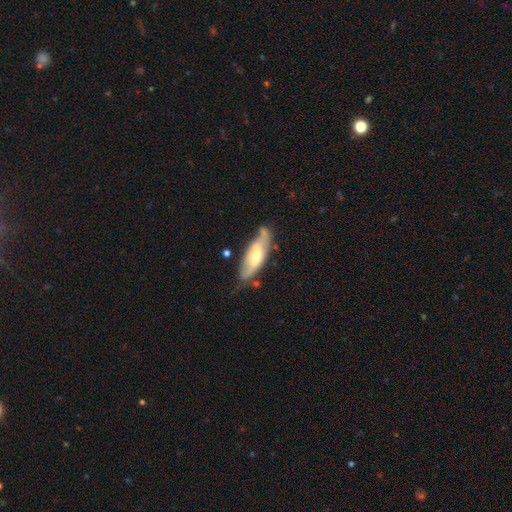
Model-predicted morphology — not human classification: Q: Smooth or featured?
A: featured or disk (48%); runner-up: smooth (47%)
Q: Merging?
A: none (59%); runner-up: minor disturbance (27%)